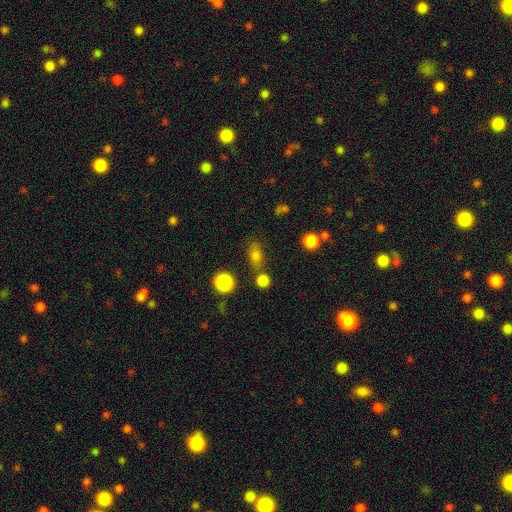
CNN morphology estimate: smooth 77%, star or artifact 14%, featured or disk 9%. Down the decision tree: how rounded — in between (67%); merging — none (66%).